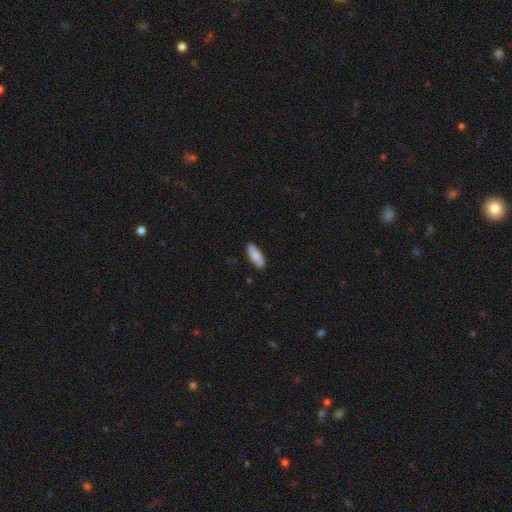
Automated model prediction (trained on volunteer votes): smooth_or_featured: smooth (p=0.80) [alt: featured or disk p=0.14]
how_rounded: in between (p=0.72) [alt: cigar-shaped p=0.26]
merging: none (p=0.88) [alt: minor disturbance p=0.10]